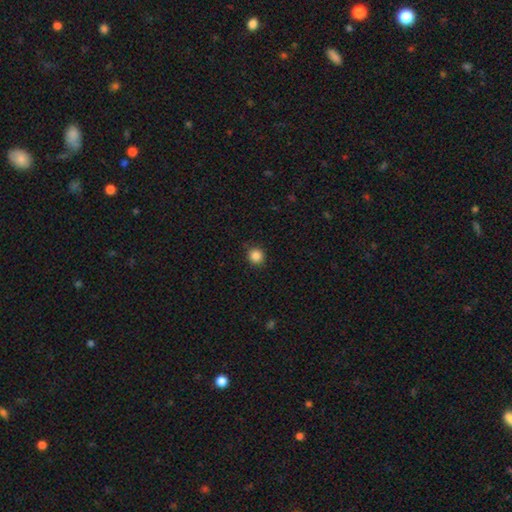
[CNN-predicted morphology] smooth_or_featured: smooth (p=0.86) [alt: star or artifact p=0.11]
how_rounded: round (p=0.91) [alt: in between p=0.08]
merging: none (p=0.89) [alt: minor disturbance p=0.08]